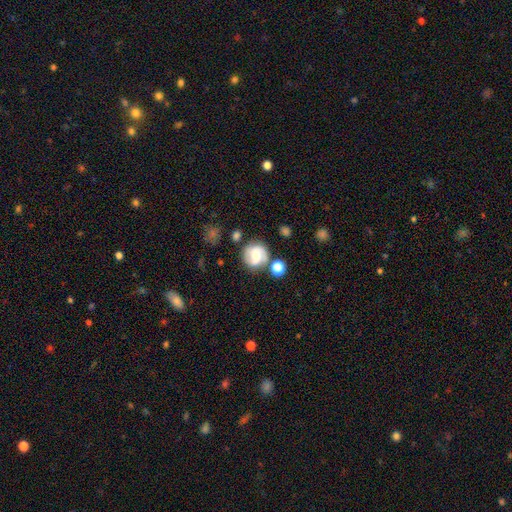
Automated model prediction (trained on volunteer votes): The model was most divided on "bulge size": moderate: 41%, small: 35%, none: 13%, large: 10%, dominant: 2%. Remaining: edge-on disk — no (97%); spiral arms — yes (89%); merging — none (67%); smooth or featured — featured or disk (56%); bar — weak (46%).